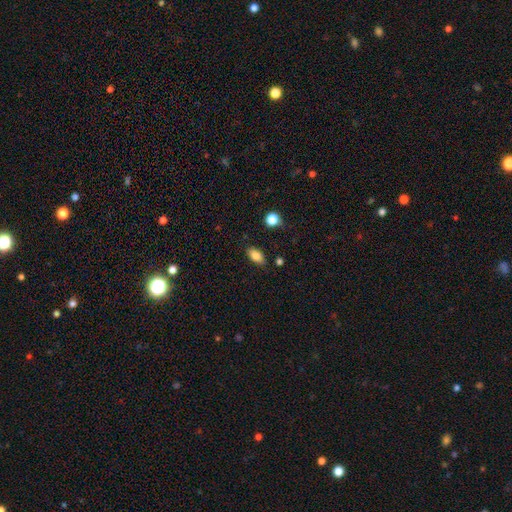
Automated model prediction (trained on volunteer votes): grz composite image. It shows a smooth galaxy with no disk features (83%) that is in between round and cigar-shaped (89%). Merging: none (83%).